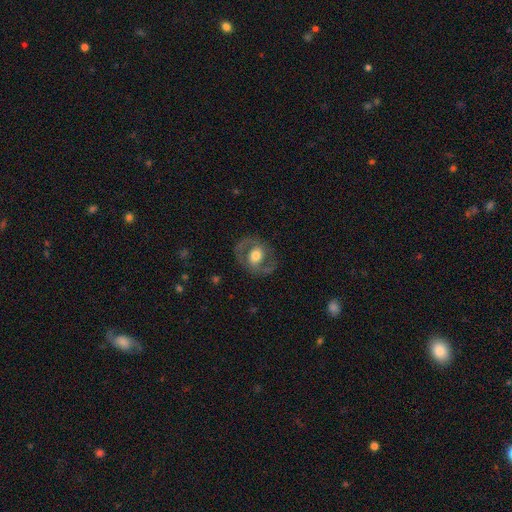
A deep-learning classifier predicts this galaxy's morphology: A featured or disk galaxy (65%) with no bar (53%), spiral arms (65%) and a moderate central bulge (56%). Merging: none (76%).